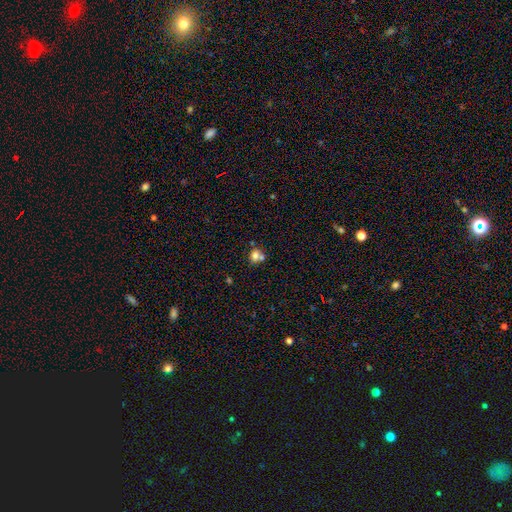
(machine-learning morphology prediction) Smooth or featured? smooth (72%)
How rounded? round (71%)
Merging? merger (44%)